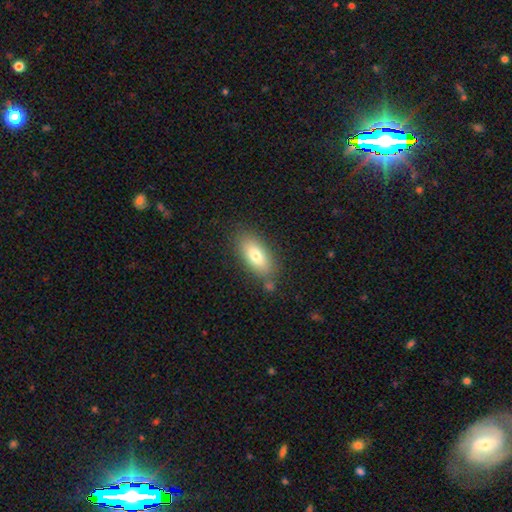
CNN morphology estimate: A smooth galaxy with no disk features (75%) that is in between round and cigar-shaped (87%).

Vote fractions:
- Smooth or featured? smooth: 75% / featured or disk: 17% / star or artifact: 8%
- How rounded? in between: 87% / cigar-shaped: 10% / round: 4%
- Merging? none: 78% / minor disturbance: 14% / merger: 5% / major disturbance: 4%